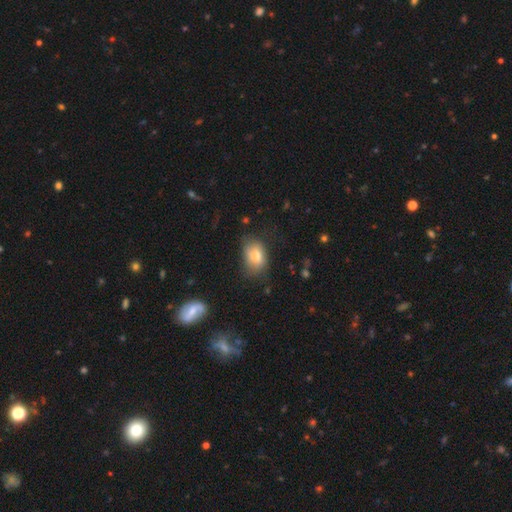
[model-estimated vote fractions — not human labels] Smooth or featured? smooth (77%)
How rounded? in between (80%)
Merging? none (61%)